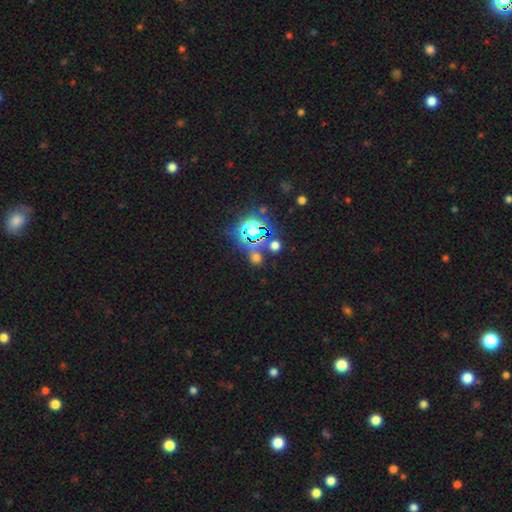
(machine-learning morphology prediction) Smooth or featured?
  - star or artifact: 68% *
  - smooth: 24%
  - featured or disk: 8%